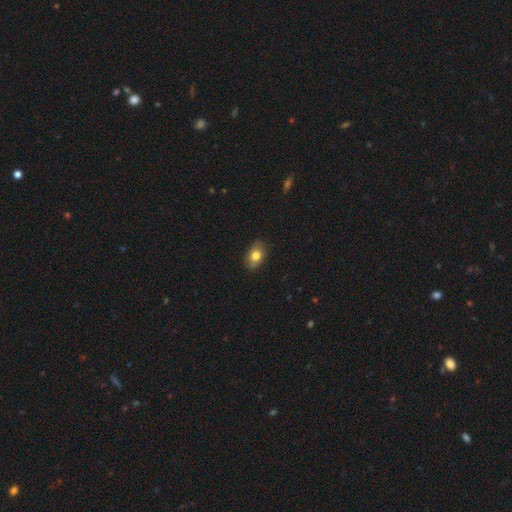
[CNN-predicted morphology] type=smooth (78%); roundness=in between (76%); merging=none (81%).